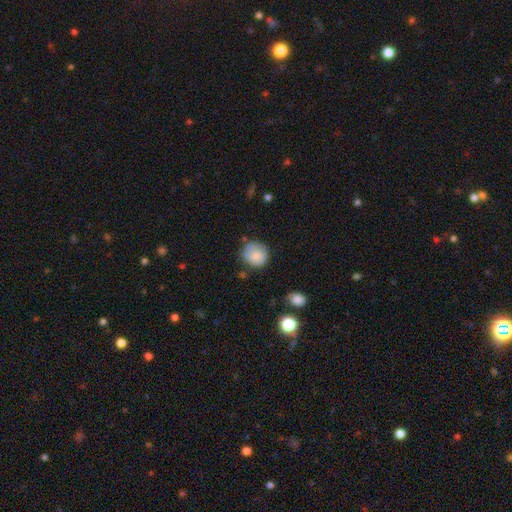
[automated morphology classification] The model was most divided on "merging": none: 66%, minor disturbance: 24%, major disturbance: 7%, merger: 3%. More confident: how rounded — round (82%); smooth or featured — smooth (78%).